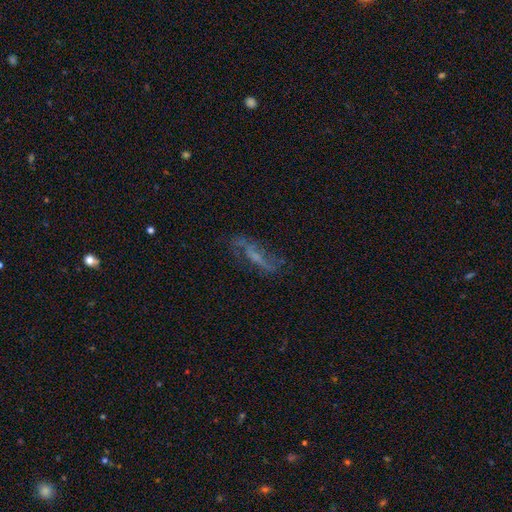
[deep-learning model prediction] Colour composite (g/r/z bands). It shows a featured or disk galaxy (66%). Merging: none (61%).